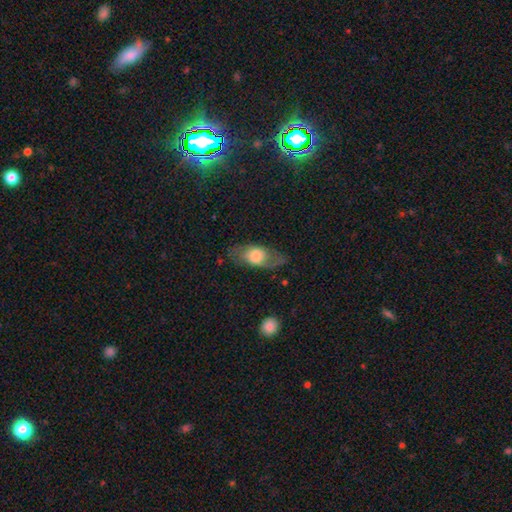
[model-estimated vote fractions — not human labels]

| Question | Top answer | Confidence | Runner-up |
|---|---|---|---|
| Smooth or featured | smooth | 50% | featured or disk (43%) |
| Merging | none | 68% | minor disturbance (19%) |